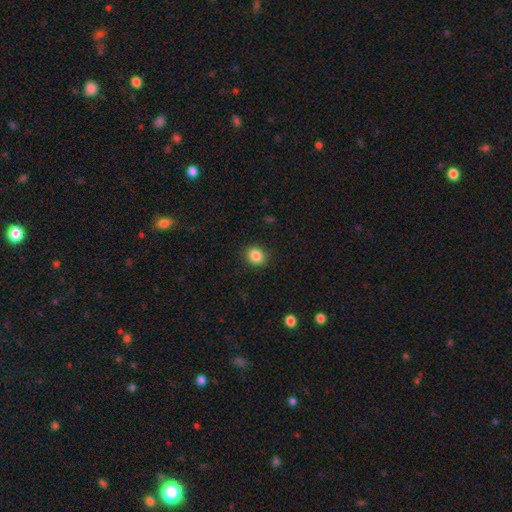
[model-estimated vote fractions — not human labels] Smooth or featured? smooth (86%)
How rounded? round (74%)
Merging? none (89%)